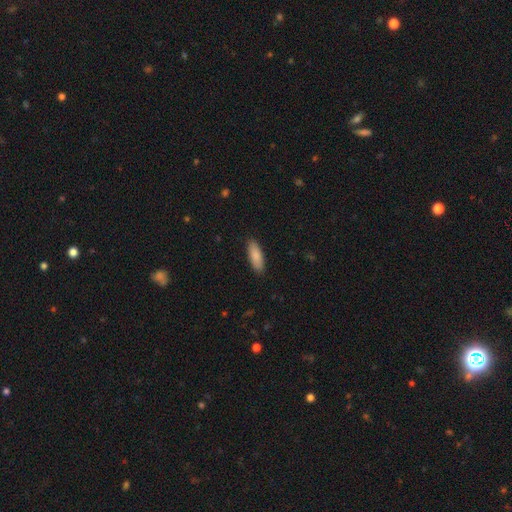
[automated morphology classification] Smooth or featured? Predicted: smooth (p=0.87). How rounded? Predicted: in between (p=0.65). Merging? Predicted: none (p=0.89).